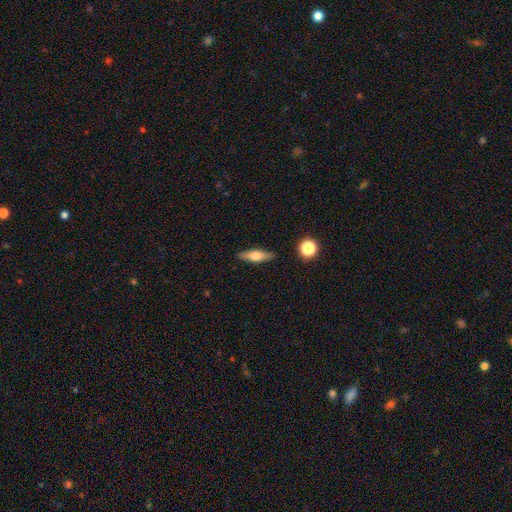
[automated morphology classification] type=smooth (53%); roundness=cigar-shaped (53%); merging=none (87%).